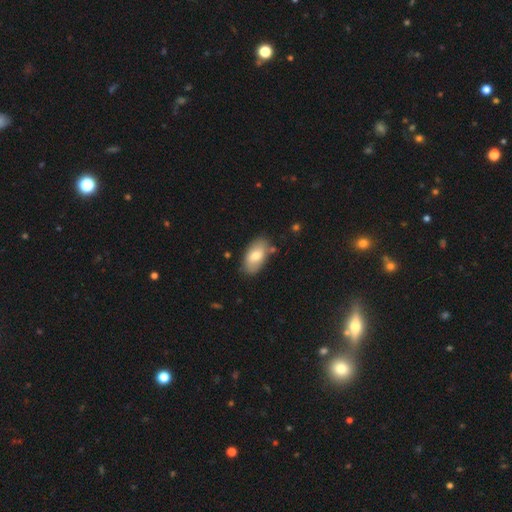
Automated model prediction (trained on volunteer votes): smooth 72%, featured or disk 21%, star or artifact 6%. Down the decision tree: how rounded — in between (93%); merging — none (80%).